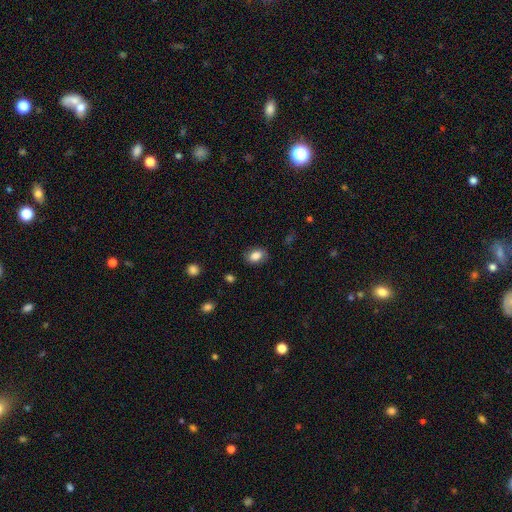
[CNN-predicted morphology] smooth_or_featured: smooth (p=0.84) [alt: star or artifact p=0.09]
how_rounded: in between (p=0.79) [alt: round p=0.20]
merging: none (p=0.83) [alt: minor disturbance p=0.13]